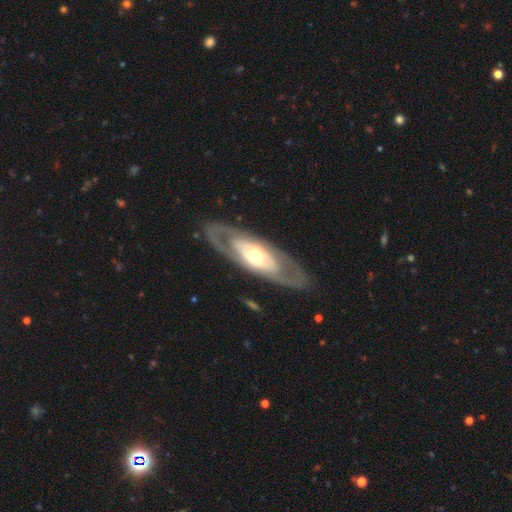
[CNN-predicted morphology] Smooth or featured? featured or disk (73%)
Edge-on disk? no (81%)
Bar? no (79%)
Spiral arms? no (68%)
Bulge size? moderate (63%)
Merging? none (82%)